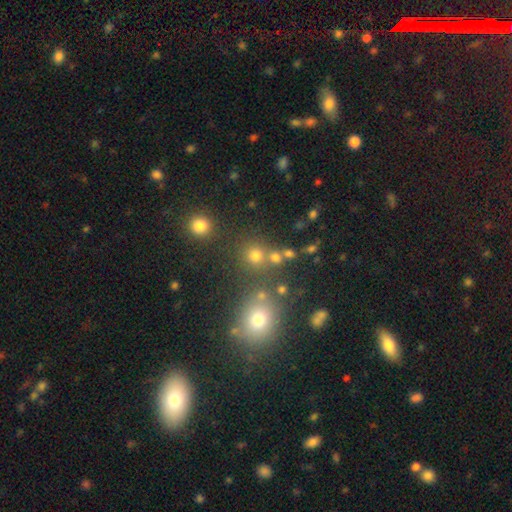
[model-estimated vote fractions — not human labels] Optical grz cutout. It shows a smooth galaxy with no disk features (70%) that is round (89%). Merging: none (72%).